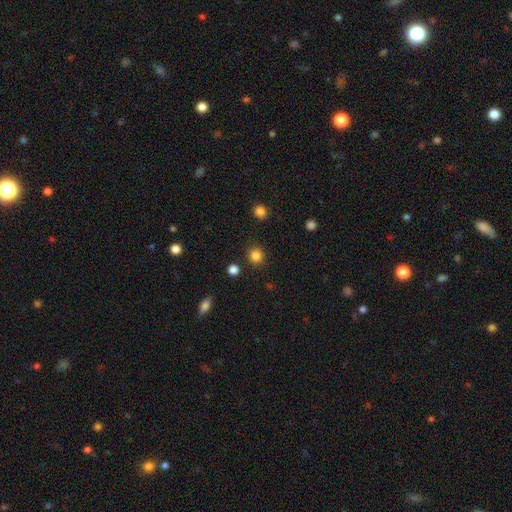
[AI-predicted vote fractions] Q: Smooth or featured?
A: smooth (84%); runner-up: star or artifact (13%)
Q: How rounded?
A: round (92%); runner-up: in between (7%)
Q: Merging?
A: none (90%); runner-up: minor disturbance (6%)